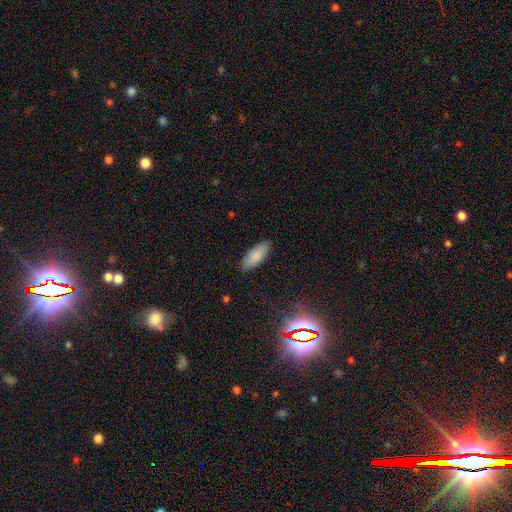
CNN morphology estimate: smooth_or_featured: smooth (p=0.86) [alt: featured or disk p=0.07]
how_rounded: in between (p=0.79) [alt: cigar-shaped p=0.20]
merging: none (p=0.88) [alt: minor disturbance p=0.09]